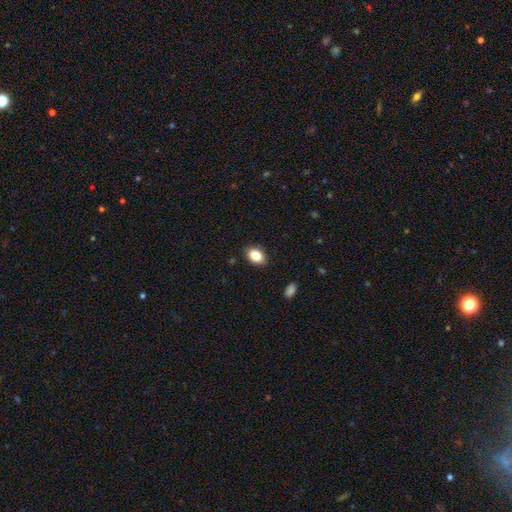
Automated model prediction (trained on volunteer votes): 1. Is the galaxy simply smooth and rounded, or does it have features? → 86% smooth, 8% star or artifact, 6% featured or disk.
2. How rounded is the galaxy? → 83% in between, 16% round, 1% cigar-shaped.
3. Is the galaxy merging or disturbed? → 87% none, 9% minor disturbance, 2% major disturbance, 1% merger.